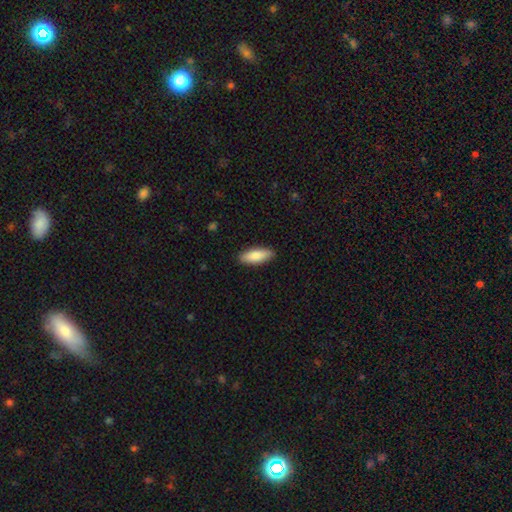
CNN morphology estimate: This appears to be a smooth galaxy with no disk features (84%) that is in between round and cigar-shaped (64%). Merging: none (89%).